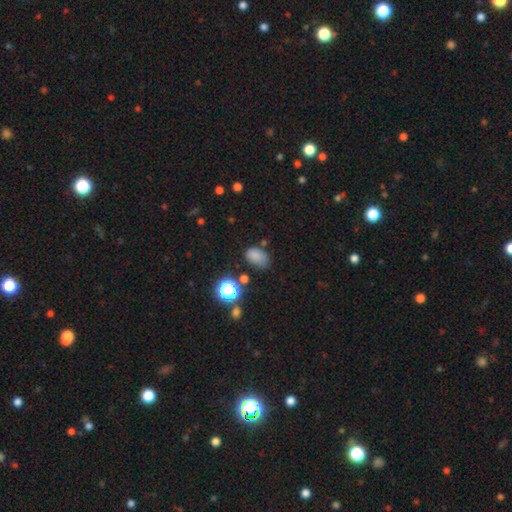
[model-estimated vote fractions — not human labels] This is likely a smooth galaxy (77%). How rounded: clearly in between (81%). Merging: likely none (61%).